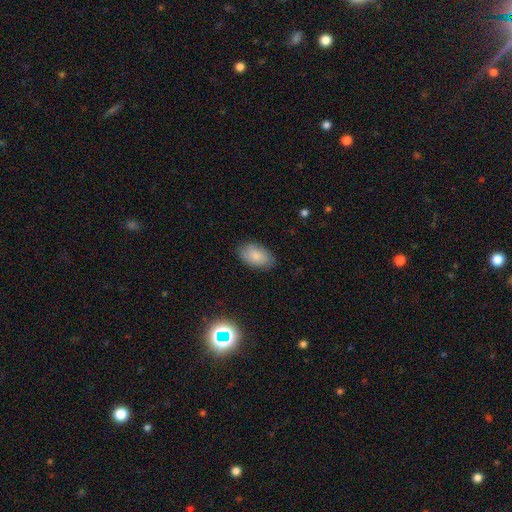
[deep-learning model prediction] A smooth galaxy with no disk features (81%) that is in between round and cigar-shaped (93%). Merging: none (83%).